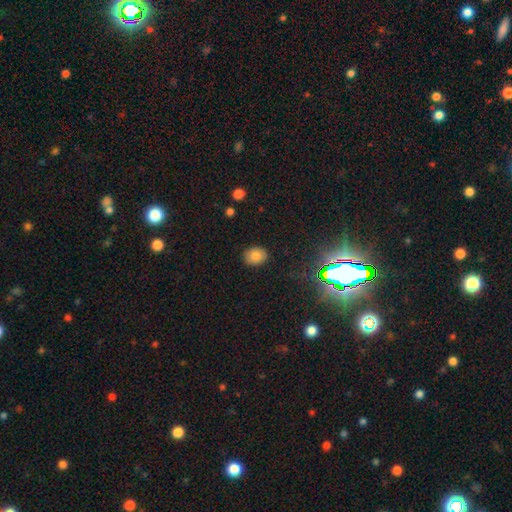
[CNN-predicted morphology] Smooth or featured: smooth — 79% (star or artifact — 13%)
How rounded: in between — 57% (round — 42%)
Merging: none — 87% (minor disturbance — 9%)